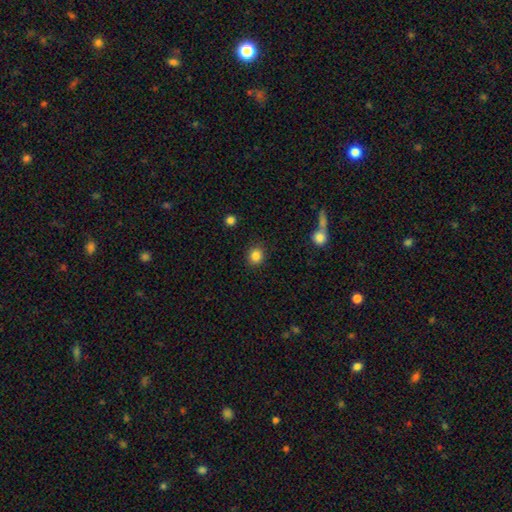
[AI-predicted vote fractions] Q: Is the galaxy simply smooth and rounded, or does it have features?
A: smooth — 86%.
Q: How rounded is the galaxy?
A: round — 85%.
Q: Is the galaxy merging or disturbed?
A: none — 88%.